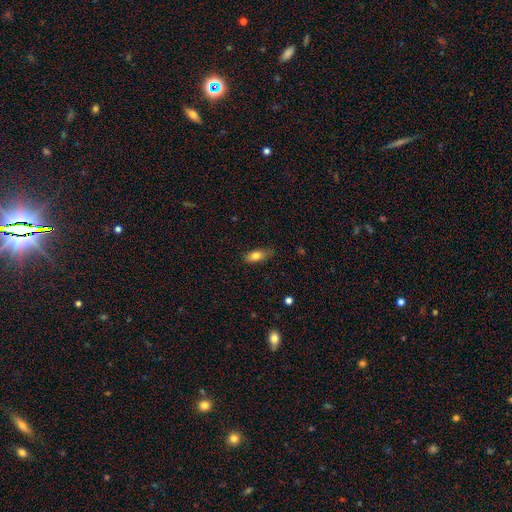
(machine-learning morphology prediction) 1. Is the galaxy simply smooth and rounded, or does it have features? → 80% smooth, 12% featured or disk, 8% star or artifact.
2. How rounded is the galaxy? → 81% in between, 15% cigar-shaped, 4% round.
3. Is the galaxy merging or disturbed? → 75% none, 20% minor disturbance, 4% major disturbance, 1% merger.